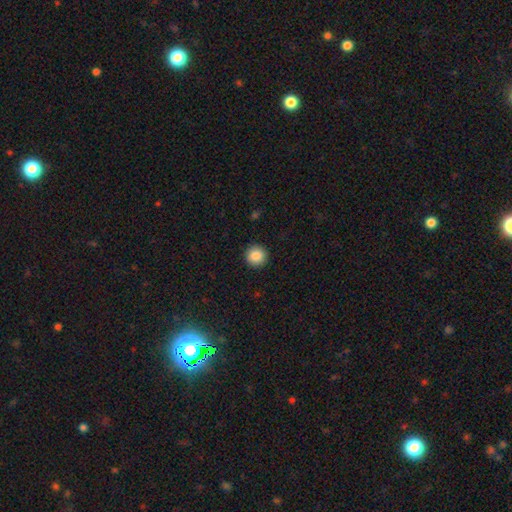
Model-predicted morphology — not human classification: This is clearly a smooth galaxy (87%). How rounded: clearly round (95%). Merging: clearly none (93%).